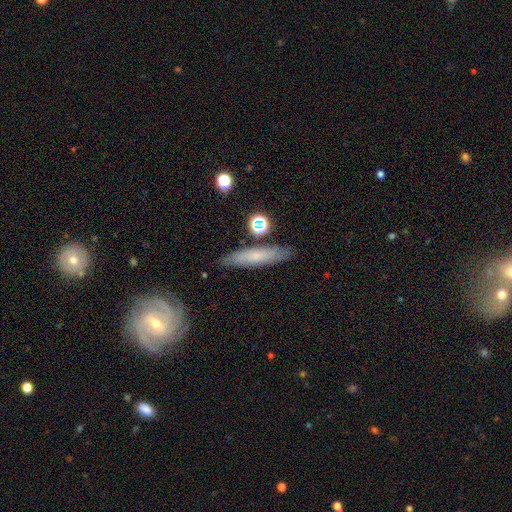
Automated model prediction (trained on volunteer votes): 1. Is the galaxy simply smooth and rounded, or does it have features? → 53% smooth, 39% featured or disk, 9% star or artifact.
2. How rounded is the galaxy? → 82% cigar-shaped, 15% in between, 3% round.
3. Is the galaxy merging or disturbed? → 81% none, 12% minor disturbance, 4% merger, 3% major disturbance.